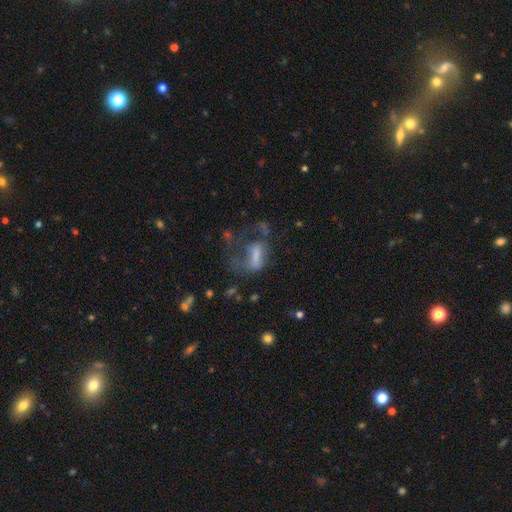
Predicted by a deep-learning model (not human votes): smooth 48%, featured or disk 38%, star or artifact 14%. Down the decision tree: merging — major disturbance (58%).